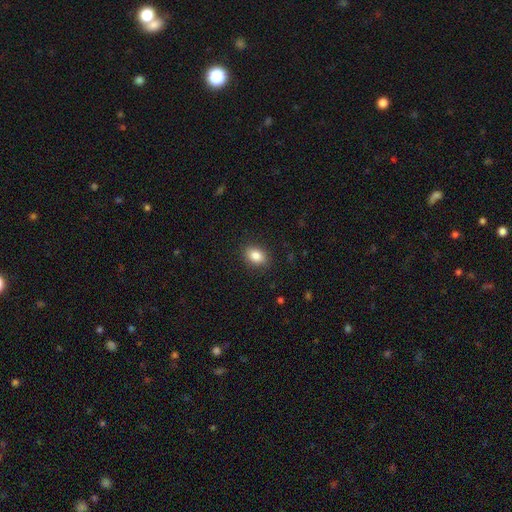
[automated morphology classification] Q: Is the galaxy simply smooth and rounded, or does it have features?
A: smooth — 86%.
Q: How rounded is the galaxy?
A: in between — 79%.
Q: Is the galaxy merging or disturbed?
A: none — 88%.